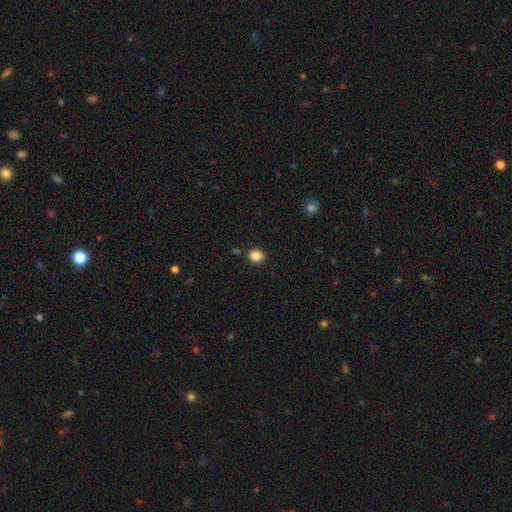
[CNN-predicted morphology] Smooth or featured?
  - smooth: 85% *
  - star or artifact: 11%
  - featured or disk: 5%
How rounded?
  - round: 64% *
  - in between: 35%
  - cigar-shaped: 1%
Merging?
  - none: 86% *
  - minor disturbance: 9%
  - merger: 3%
  - major disturbance: 2%